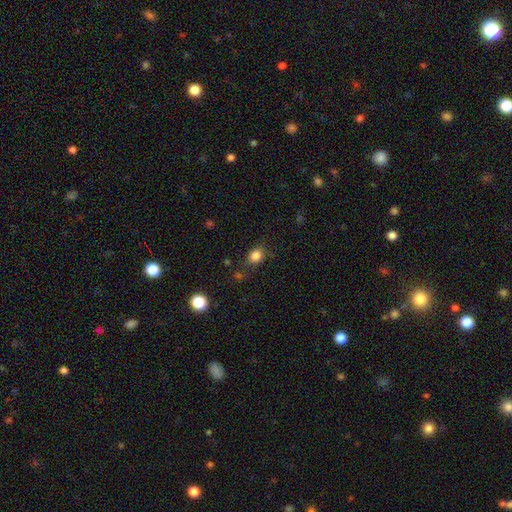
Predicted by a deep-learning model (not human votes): Smooth or featured: smooth — 83% (star or artifact — 12%)
How rounded: round — 55% (in between — 44%)
Merging: none — 74% (minor disturbance — 17%)